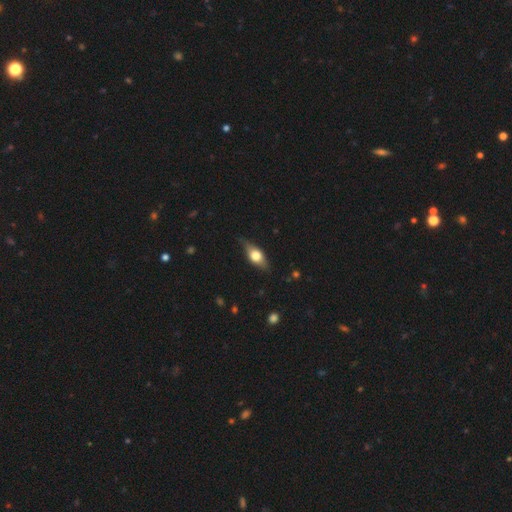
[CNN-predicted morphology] Smooth or featured: smooth — 51% (featured or disk — 42%)
How rounded: in between — 75% (cigar-shaped — 18%)
Merging: none — 78% (minor disturbance — 18%)